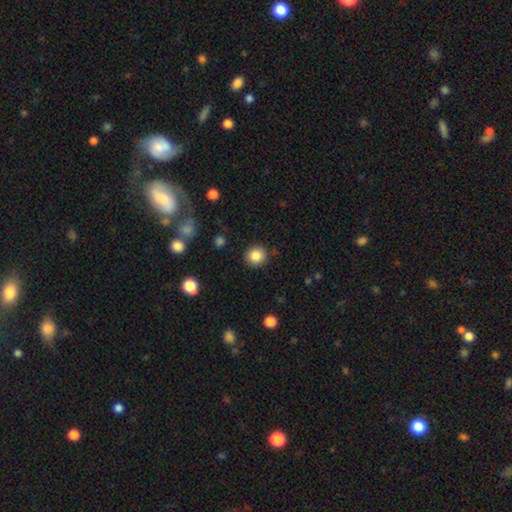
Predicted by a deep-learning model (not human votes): Smooth or featured?
  - smooth: 85% *
  - star or artifact: 10%
  - featured or disk: 5%
How rounded?
  - round: 90% *
  - in between: 9%
  - cigar-shaped: 1%
Merging?
  - none: 90% *
  - minor disturbance: 6%
  - major disturbance: 2%
  - merger: 2%